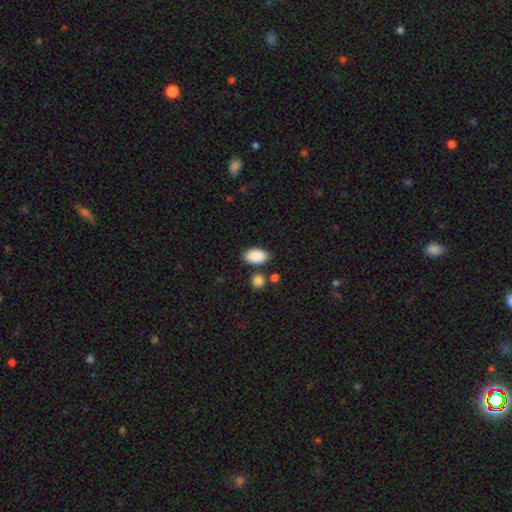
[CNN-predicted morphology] smooth_or_featured: smooth (p=0.89) [alt: star or artifact p=0.07]
how_rounded: in between (p=0.93) [alt: round p=0.05]
merging: none (p=0.80) [alt: minor disturbance p=0.11]